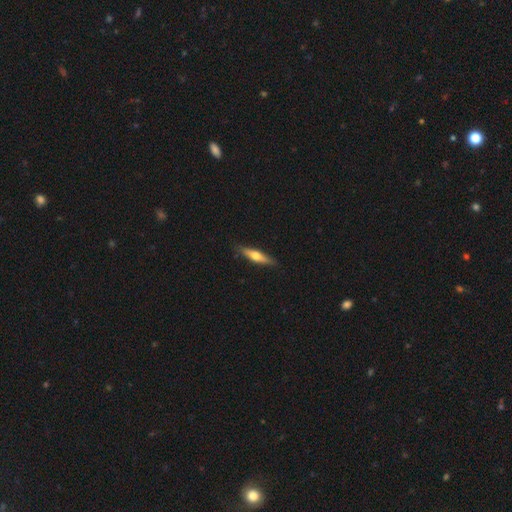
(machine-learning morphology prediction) Q: Smooth or featured?
A: smooth (48%); runner-up: featured or disk (47%)
Q: Merging?
A: none (88%); runner-up: minor disturbance (9%)